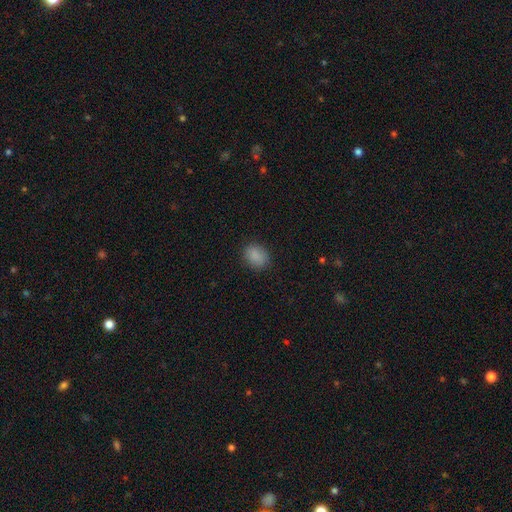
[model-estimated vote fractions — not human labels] Morphology: type=smooth (87%); roundness=in between (57%); merging=none (85%).